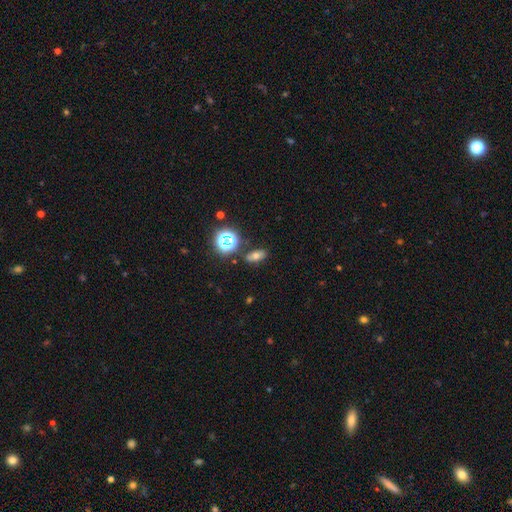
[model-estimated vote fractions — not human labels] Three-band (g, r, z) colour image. It shows a smooth galaxy with no disk features (57%) that is in between round and cigar-shaped (74%). Merging: none (81%).